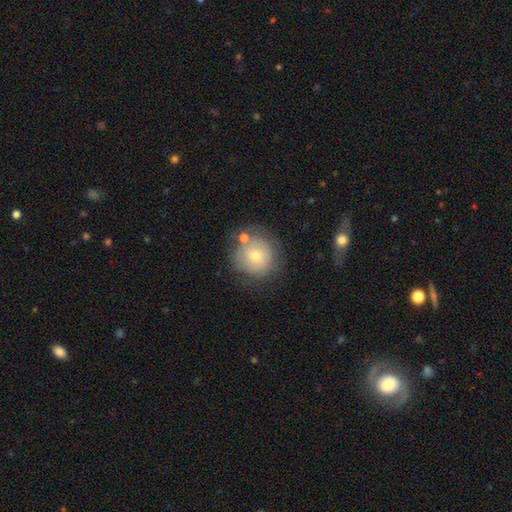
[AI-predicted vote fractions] This appears to be a smooth galaxy with no disk features (67%) that is round (93%). Merging: none (66%).